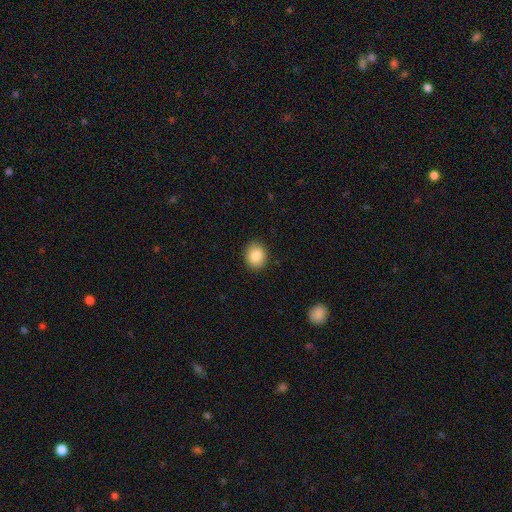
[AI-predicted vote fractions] smooth_or_featured: smooth (p=0.86) [alt: star or artifact p=0.08]
how_rounded: round (p=0.64) [alt: in between p=0.35]
merging: none (p=0.90) [alt: minor disturbance p=0.07]